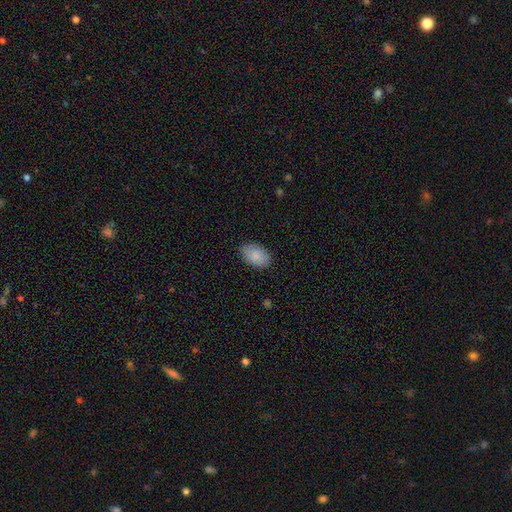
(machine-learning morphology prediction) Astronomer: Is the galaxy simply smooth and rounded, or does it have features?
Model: smooth — 88%.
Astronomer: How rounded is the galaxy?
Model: in between — 93%.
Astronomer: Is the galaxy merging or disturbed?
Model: none — 87%.